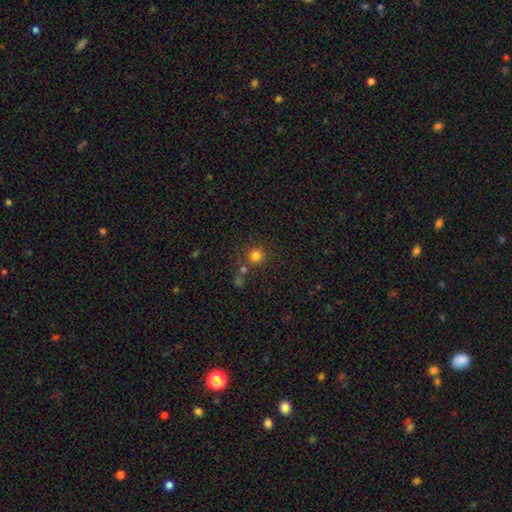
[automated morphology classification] This appears to be a smooth galaxy with no disk features (78%) that is round (87%). Merging: none (67%).